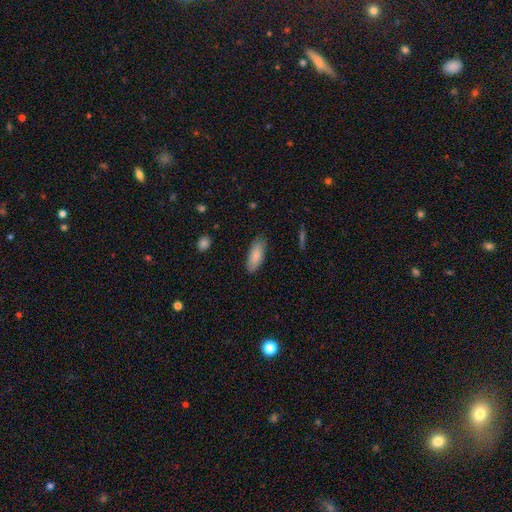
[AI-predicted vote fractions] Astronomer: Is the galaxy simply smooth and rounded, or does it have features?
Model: smooth — 86%.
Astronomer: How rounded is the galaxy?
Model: in between — 74%.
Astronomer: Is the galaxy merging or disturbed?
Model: none — 85%.